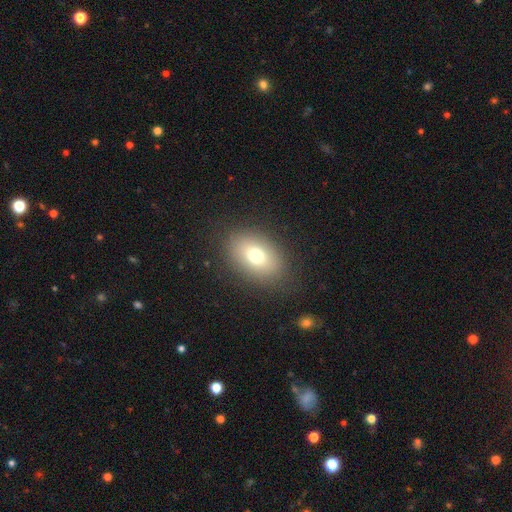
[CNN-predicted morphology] Smooth or featured: smooth — 74% (featured or disk — 14%)
How rounded: in between — 78% (round — 20%)
Merging: none — 85% (minor disturbance — 10%)